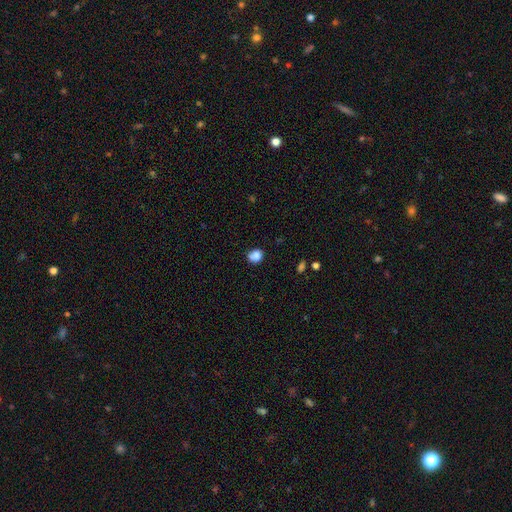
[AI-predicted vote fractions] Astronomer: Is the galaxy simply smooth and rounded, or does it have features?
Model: smooth — 83%.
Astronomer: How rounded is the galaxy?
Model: round — 68%.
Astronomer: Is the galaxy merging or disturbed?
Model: none — 63%.